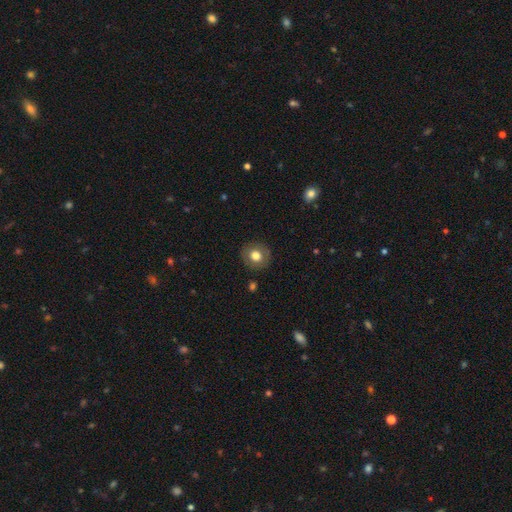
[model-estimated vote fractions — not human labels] smooth_or_featured: smooth (p=0.73) [alt: featured or disk p=0.18]
how_rounded: round (p=0.85) [alt: in between p=0.14]
merging: none (p=0.88) [alt: minor disturbance p=0.08]